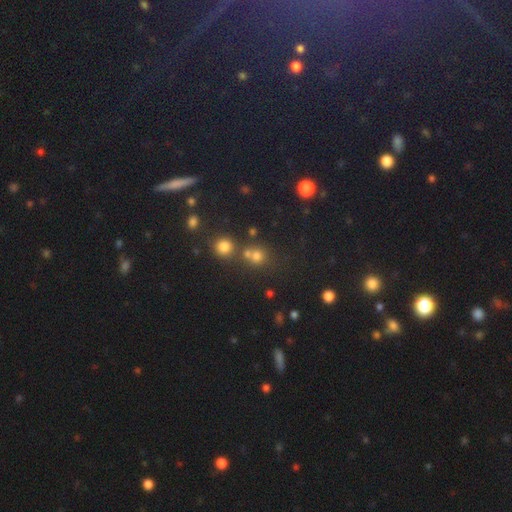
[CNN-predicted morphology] A smooth galaxy with no disk features (65%) that is round (86%).

Vote fractions:
- Smooth or featured? smooth: 65% / star or artifact: 26% / featured or disk: 9%
- How rounded? round: 86% / in between: 13% / cigar-shaped: 1%
- Merging? none: 58% / merger: 31% / minor disturbance: 8% / major disturbance: 4%